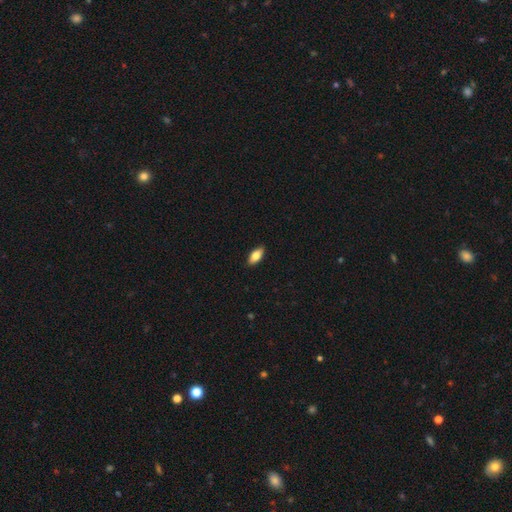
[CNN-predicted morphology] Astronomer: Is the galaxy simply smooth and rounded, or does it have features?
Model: smooth — 79%.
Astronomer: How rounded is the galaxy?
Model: in between — 87%.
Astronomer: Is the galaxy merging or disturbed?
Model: none — 89%.